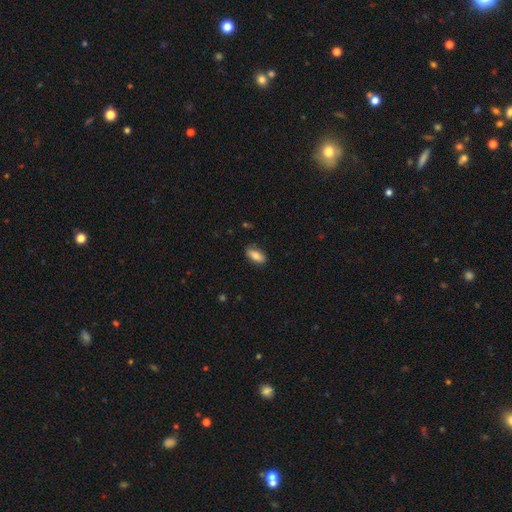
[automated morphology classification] smooth-or-featured: smooth: 81% | featured or disk: 12% | star or artifact: 7%
  how-rounded: in between: 87% | cigar-shaped: 11% | round: 3%
  merging: none: 84% | minor disturbance: 13% | major disturbance: 2% | merger: 1%